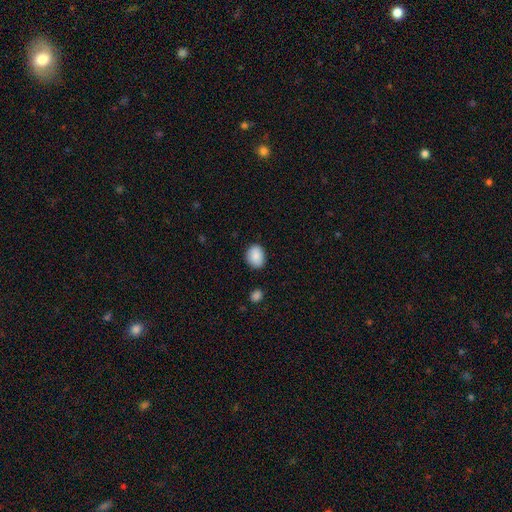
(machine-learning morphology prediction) smooth_or_featured: smooth (p=0.88) [alt: star or artifact p=0.07]
how_rounded: in between (p=0.58) [alt: round p=0.41]
merging: none (p=0.82) [alt: minor disturbance p=0.13]